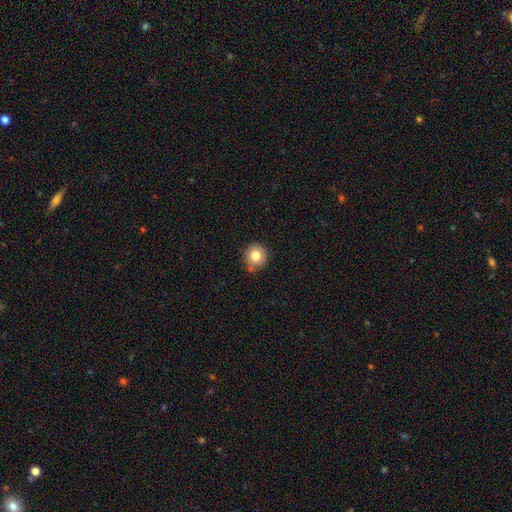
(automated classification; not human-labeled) Morphology: type=smooth (80%); roundness=round (91%); merging=none (77%).